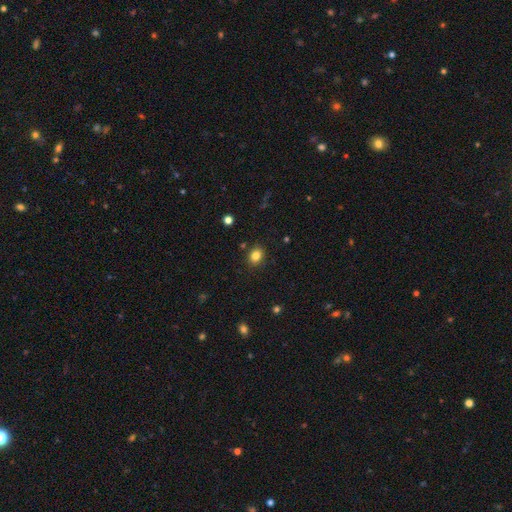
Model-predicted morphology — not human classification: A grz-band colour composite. It shows a smooth galaxy with no disk features (82%) that is round (60%). Merging: none (87%).